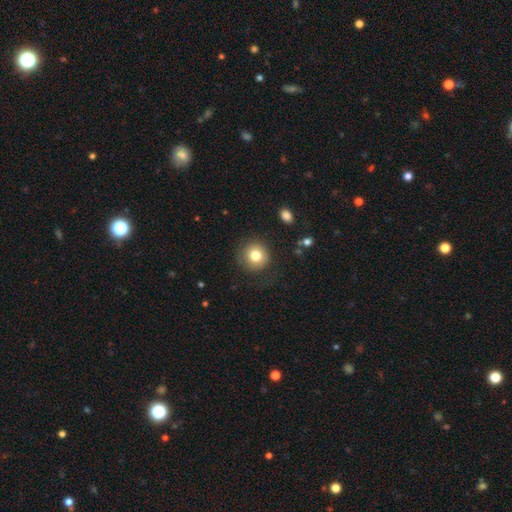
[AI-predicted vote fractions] smooth-or-featured: smooth: 79% | featured or disk: 11% | star or artifact: 10%
  how-rounded: round: 92% | in between: 7% | cigar-shaped: 1%
  merging: none: 82% | minor disturbance: 11% | major disturbance: 5% | merger: 1%